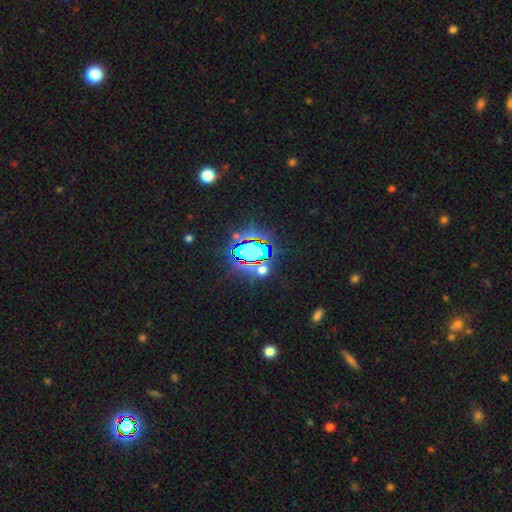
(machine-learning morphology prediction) smooth-or-featured: star or artifact: 71% | smooth: 18% | featured or disk: 11%